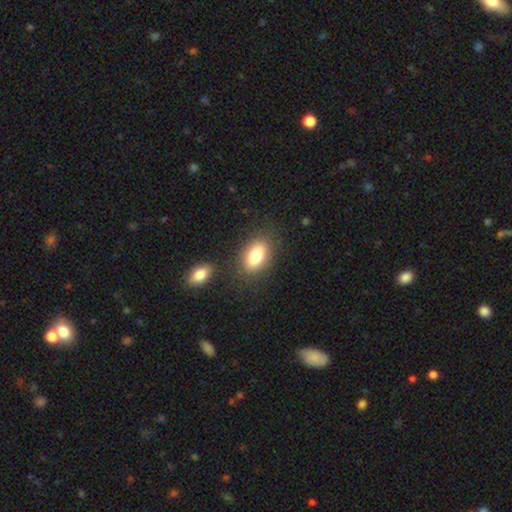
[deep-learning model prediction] This appears to be a smooth galaxy with no disk features (83%) that is in between round and cigar-shaped (89%). Merging: none (80%).